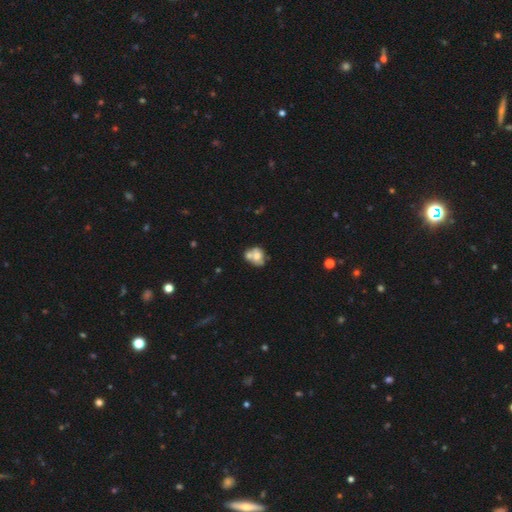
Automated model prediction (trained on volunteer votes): Morphology: type=smooth (58%); roundness=round (53%); merging=merger (53%).